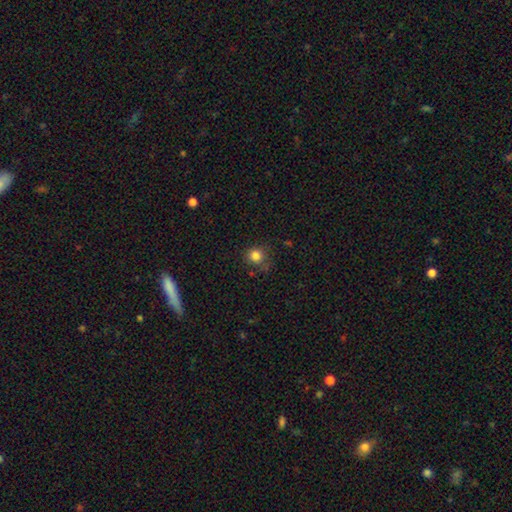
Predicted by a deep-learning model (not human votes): smooth 82%, star or artifact 13%, featured or disk 5%. Down the decision tree: how rounded — round (87%); merging — none (74%).